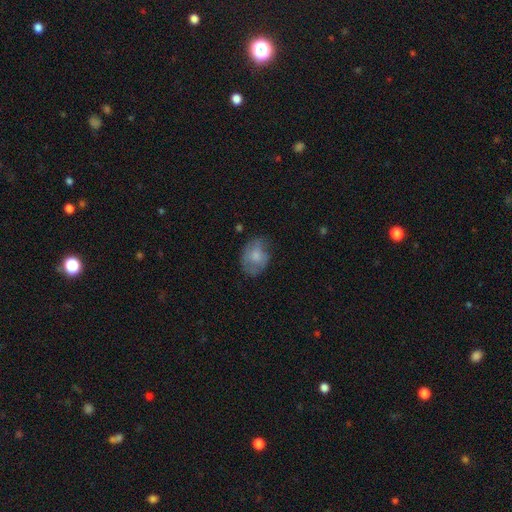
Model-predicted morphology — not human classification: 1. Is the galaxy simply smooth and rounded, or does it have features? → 67% smooth, 26% featured or disk, 8% star or artifact.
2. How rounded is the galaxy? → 67% in between, 32% round, 1% cigar-shaped.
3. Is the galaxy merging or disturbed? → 56% none, 30% minor disturbance, 12% major disturbance, 2% merger.